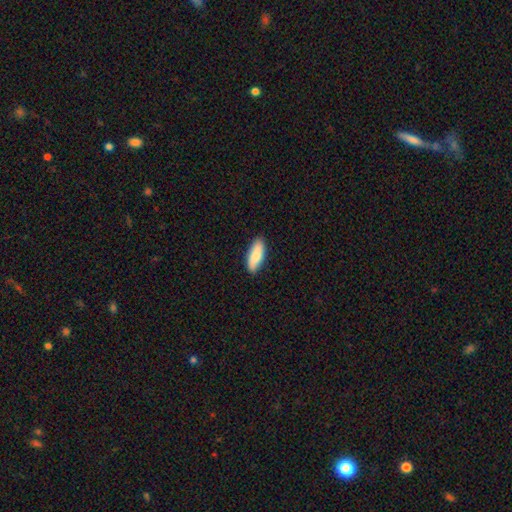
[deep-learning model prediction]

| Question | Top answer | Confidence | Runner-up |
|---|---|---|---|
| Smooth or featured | smooth | 83% | featured or disk (11%) |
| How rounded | in between | 73% | cigar-shaped (25%) |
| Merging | none | 87% | minor disturbance (11%) |